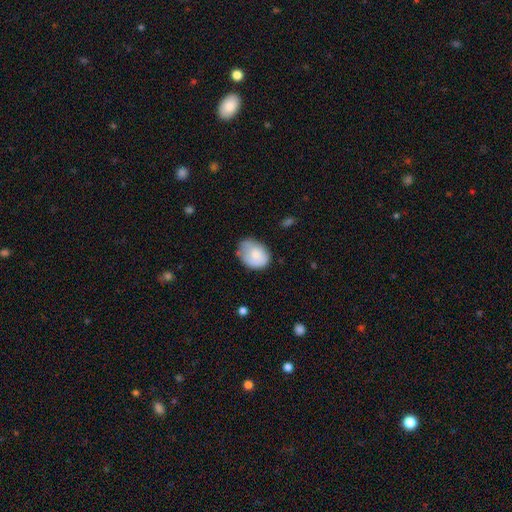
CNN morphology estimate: This is likely a smooth galaxy (73%). How rounded: likely in between (66%). Merging: possibly none (50%).